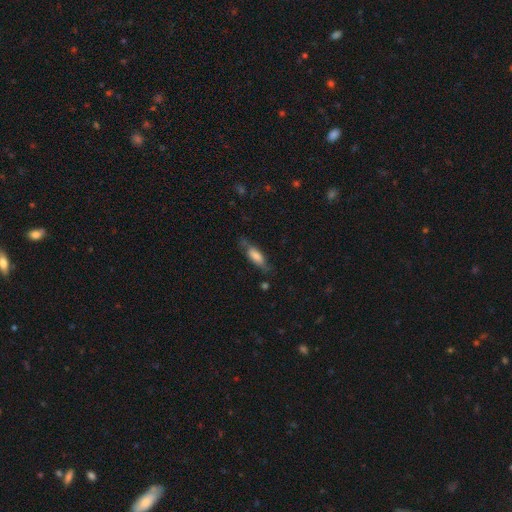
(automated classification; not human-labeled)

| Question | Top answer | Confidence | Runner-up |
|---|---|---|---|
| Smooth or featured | smooth | 63% | featured or disk (29%) |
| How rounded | in between | 54% | cigar-shaped (44%) |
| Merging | none | 64% | minor disturbance (25%) |